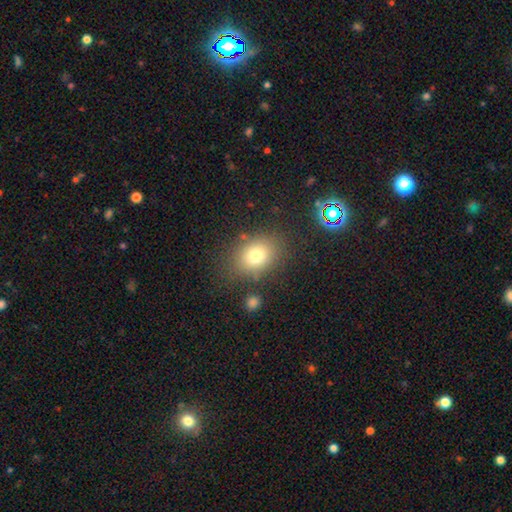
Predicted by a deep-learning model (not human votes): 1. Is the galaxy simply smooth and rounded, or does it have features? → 75% smooth, 13% star or artifact, 12% featured or disk.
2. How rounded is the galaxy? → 61% in between, 38% round, 1% cigar-shaped.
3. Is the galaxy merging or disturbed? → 78% none, 12% minor disturbance, 6% major disturbance, 4% merger.